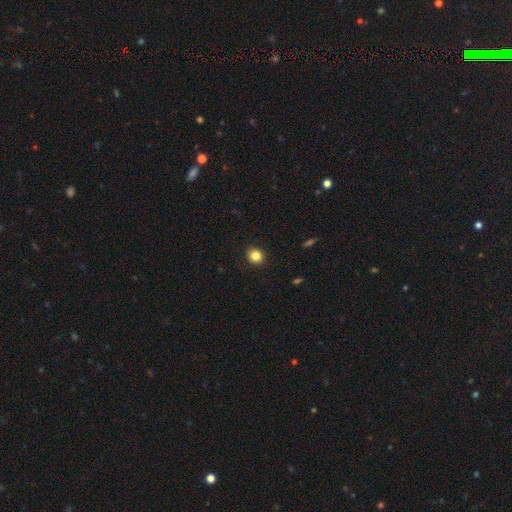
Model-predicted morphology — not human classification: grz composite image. It shows a smooth galaxy with no disk features (84%) that is round (84%). Merging: none (91%).